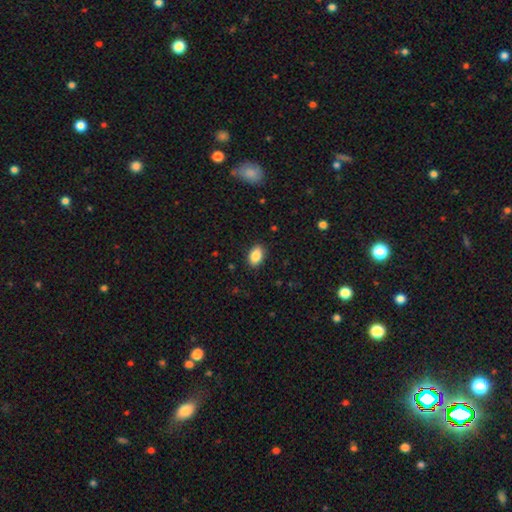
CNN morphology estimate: smooth-or-featured: smooth: 87% | star or artifact: 8% | featured or disk: 5%
  how-rounded: in between: 90% | round: 8% | cigar-shaped: 2%
  merging: none: 88% | minor disturbance: 8% | major disturbance: 2% | merger: 1%